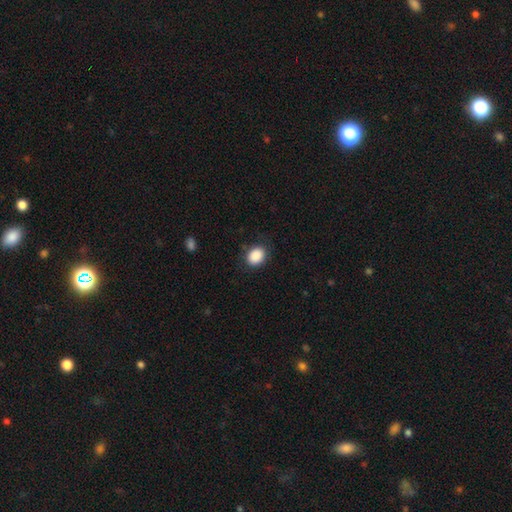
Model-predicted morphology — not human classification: Q: Smooth or featured?
A: smooth (89%); runner-up: star or artifact (8%)
Q: How rounded?
A: in between (53%); runner-up: round (46%)
Q: Merging?
A: none (84%); runner-up: minor disturbance (12%)